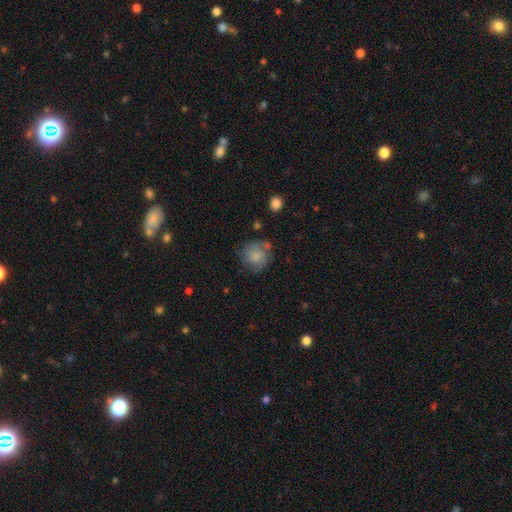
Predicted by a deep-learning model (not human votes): A smooth galaxy with no disk features (57%) that is round (83%).

Vote fractions:
- Smooth or featured? smooth: 57% / featured or disk: 34% / star or artifact: 8%
- How rounded? round: 83% / in between: 16% / cigar-shaped: 1%
- Merging? none: 63% / minor disturbance: 23% / major disturbance: 10% / merger: 4%